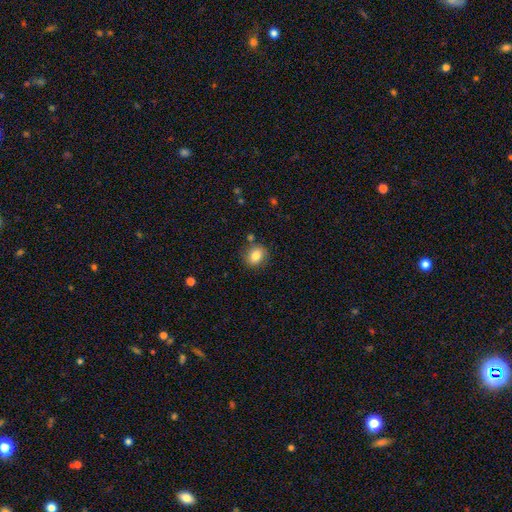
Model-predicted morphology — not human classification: The model was most divided on "how rounded": round: 65%, in between: 34%, cigar-shaped: 1%. More confident: smooth or featured — smooth (81%); merging — none (81%).